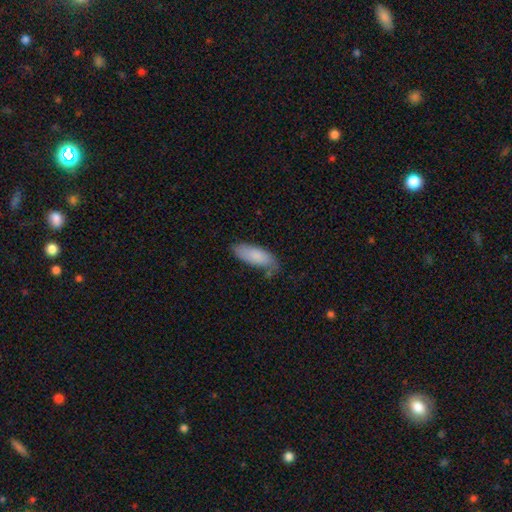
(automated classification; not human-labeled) This appears to be a smooth galaxy with no disk features (84%) that is in between round and cigar-shaped (73%). Merging: none (66%).